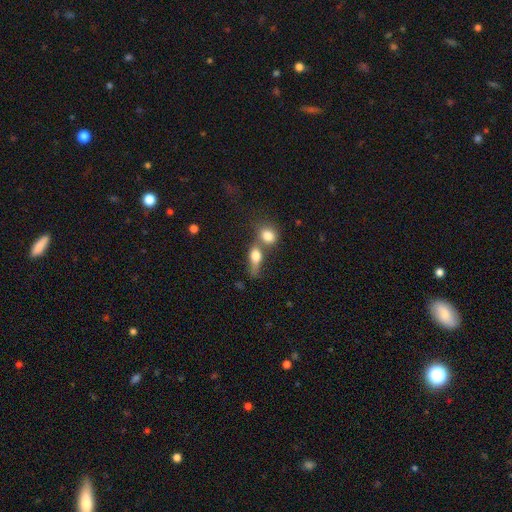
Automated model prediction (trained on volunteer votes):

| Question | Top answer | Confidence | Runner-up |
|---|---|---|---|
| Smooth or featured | smooth | 72% | featured or disk (18%) |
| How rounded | in between | 58% | round (28%) |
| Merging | merger | 56% | none (24%) |